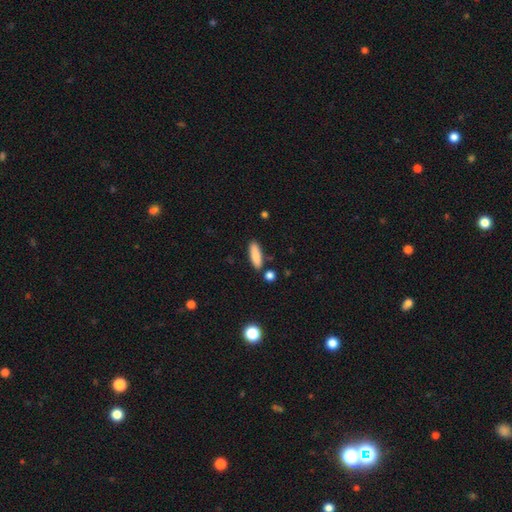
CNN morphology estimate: The model was most divided on "how rounded": in between: 54%, cigar-shaped: 44%, round: 2%. More confident: smooth or featured — smooth (85%); merging — none (82%).